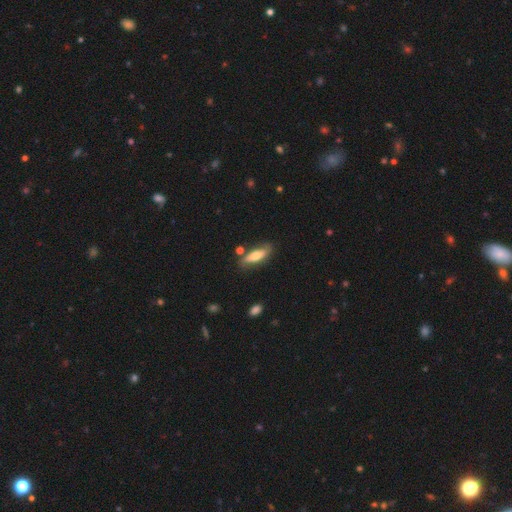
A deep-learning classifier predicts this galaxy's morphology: This appears to be a smooth galaxy with no disk features (60%) that is in between round and cigar-shaped (55%). Merging: none (73%).